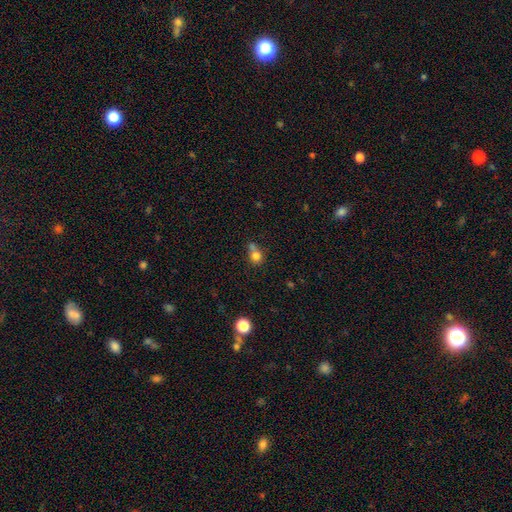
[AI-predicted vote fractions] This is likely a smooth galaxy (78%). How rounded: likely round (78%). Merging: marginally none (43%).